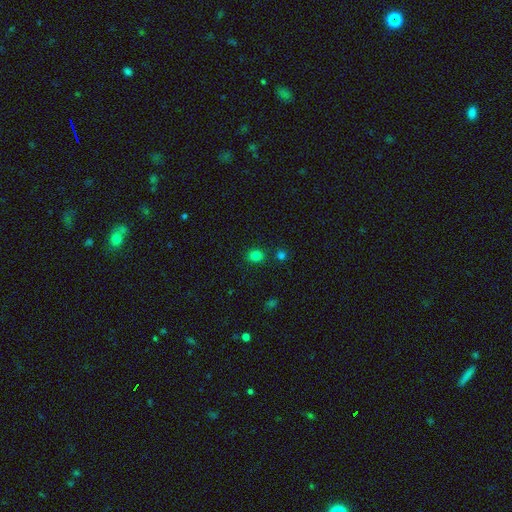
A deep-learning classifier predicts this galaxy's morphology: Smooth or featured? Predicted: smooth (p=0.80). How rounded? Predicted: round (p=0.73). Merging? Predicted: none (p=0.81).